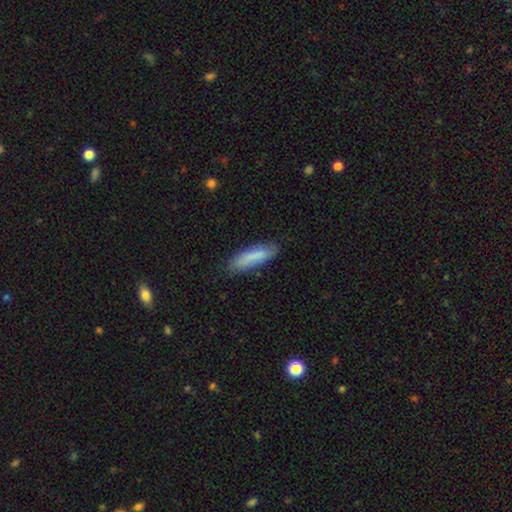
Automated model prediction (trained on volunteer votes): Smooth or featured? Predicted: smooth (p=0.82). How rounded? Predicted: cigar-shaped (p=0.60). Merging? Predicted: none (p=0.77).